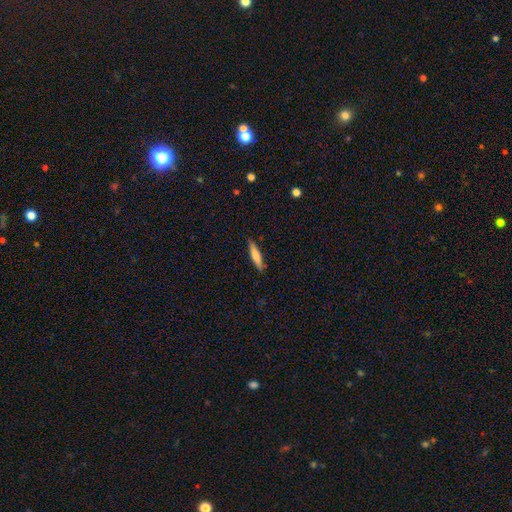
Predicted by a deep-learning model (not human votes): smooth 69%, featured or disk 25%, star or artifact 6%. Down the decision tree: how rounded — cigar-shaped (85%); merging — none (87%).